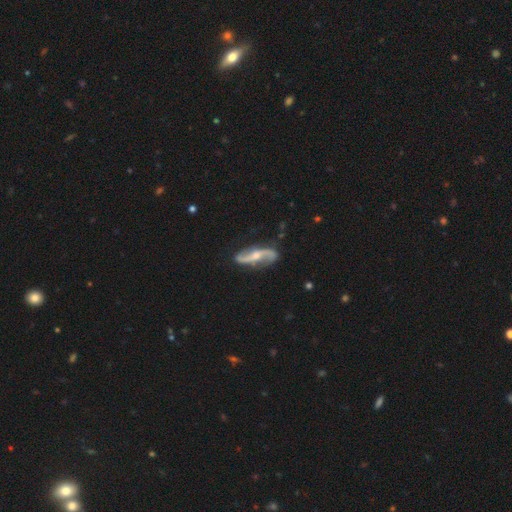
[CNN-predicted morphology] smooth_or_featured: featured or disk (p=0.87) [alt: smooth p=0.08]
disk_edge_on: no (p=0.91) [alt: yes p=0.09]
bar: no (p=0.41) [alt: weak p=0.33]
has_spiral_arms: yes (p=0.96) [alt: no p=0.04]
spiral_winding: loose (p=0.76) [alt: medium p=0.18]
spiral_arm_count: 2 (p=0.94) [alt: can't tell p=0.02]
bulge_size: moderate (p=0.51) [alt: small p=0.40]
merging: none (p=0.81) [alt: minor disturbance p=0.13]